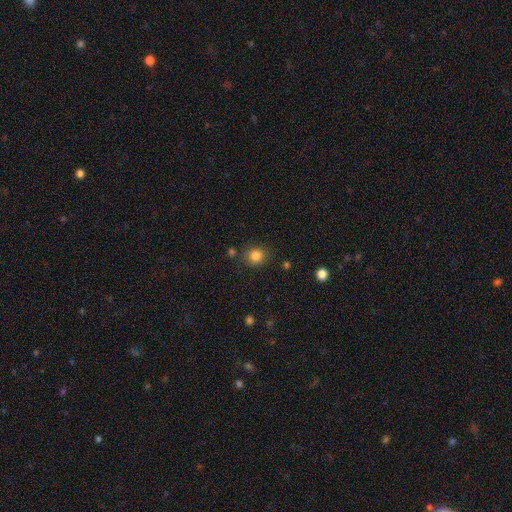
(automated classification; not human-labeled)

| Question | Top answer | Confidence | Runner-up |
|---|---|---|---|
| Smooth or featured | smooth | 83% | star or artifact (12%) |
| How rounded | round | 82% | in between (17%) |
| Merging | none | 82% | minor disturbance (10%) |